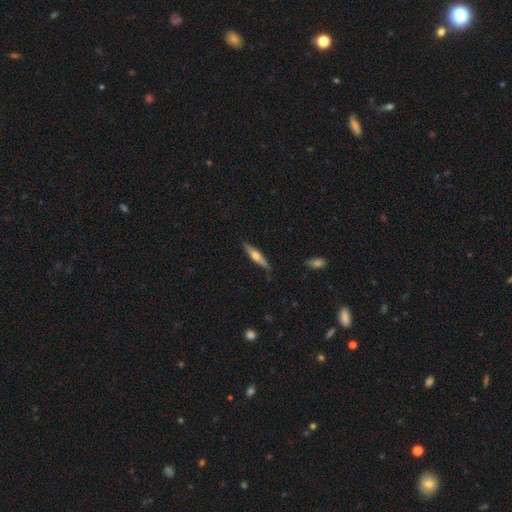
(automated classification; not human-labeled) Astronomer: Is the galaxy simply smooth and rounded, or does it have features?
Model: featured or disk — 53% (runner-up: smooth, 42%).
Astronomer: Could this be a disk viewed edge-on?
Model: yes — 95%.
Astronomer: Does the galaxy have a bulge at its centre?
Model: rounded — 90%.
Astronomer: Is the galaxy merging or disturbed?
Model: none — 84%.